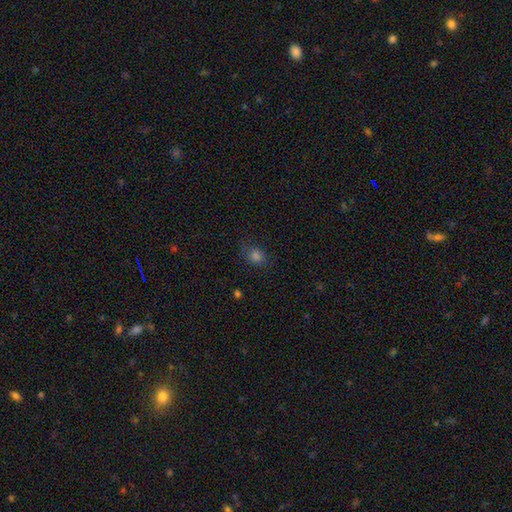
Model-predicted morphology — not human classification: Smooth or featured? Predicted: smooth (p=0.79). How rounded? Predicted: round (p=0.63). Merging? Predicted: none (p=0.78).